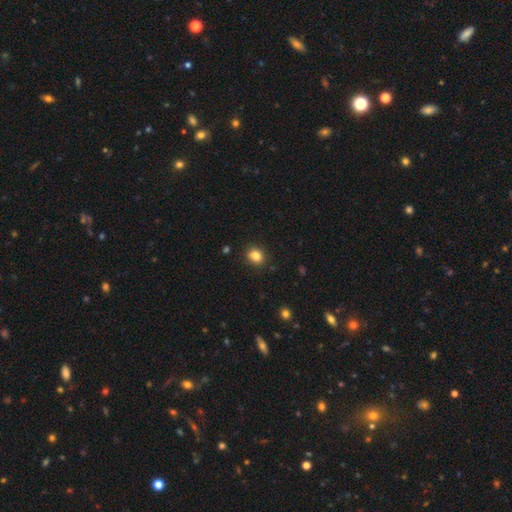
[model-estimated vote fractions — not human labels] smooth 84%, star or artifact 11%, featured or disk 5%. Down the decision tree: how rounded — round (57%); merging — none (88%).